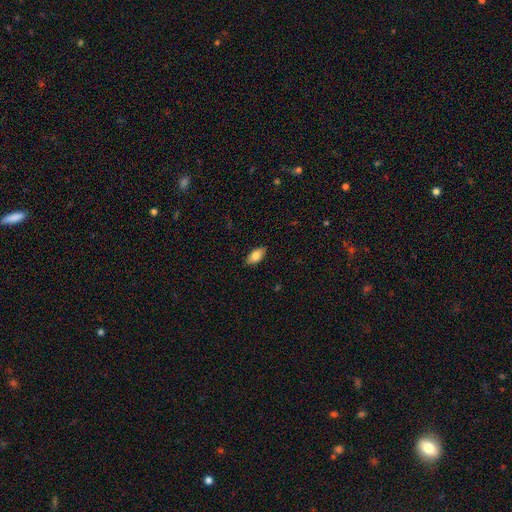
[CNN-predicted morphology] The model was most divided on "smooth or featured": smooth: 81%, featured or disk: 12%, star or artifact: 7%. More confident: how rounded — in between (91%); merging — none (87%).